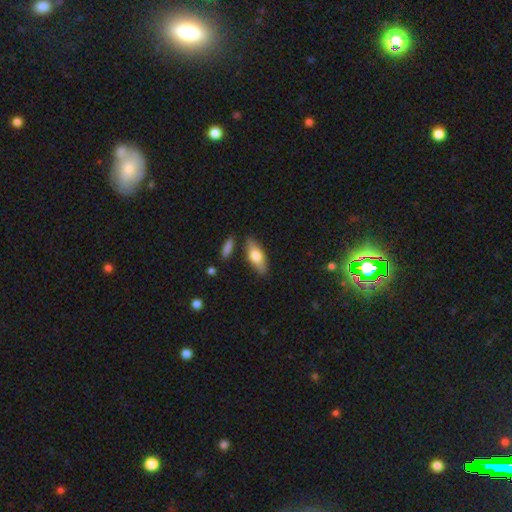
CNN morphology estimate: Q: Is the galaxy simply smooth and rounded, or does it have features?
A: smooth — 64%.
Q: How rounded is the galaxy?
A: in between — 70%.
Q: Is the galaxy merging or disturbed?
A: none — 81%.